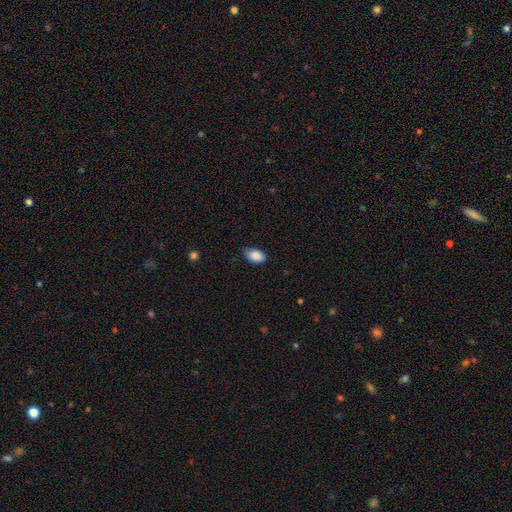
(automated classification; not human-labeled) Smooth or featured? Predicted: smooth (p=0.88). How rounded? Predicted: in between (p=0.92). Merging? Predicted: none (p=0.75).